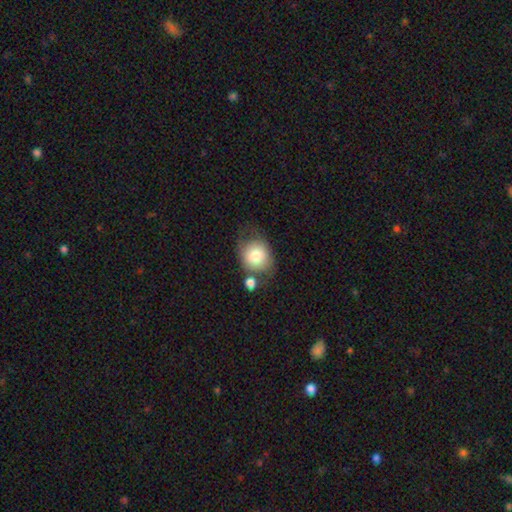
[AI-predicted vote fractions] smooth_or_featured: smooth (p=0.77) [alt: featured or disk p=0.15]
how_rounded: round (p=0.69) [alt: in between p=0.30]
merging: none (p=0.50) [alt: merger p=0.20]